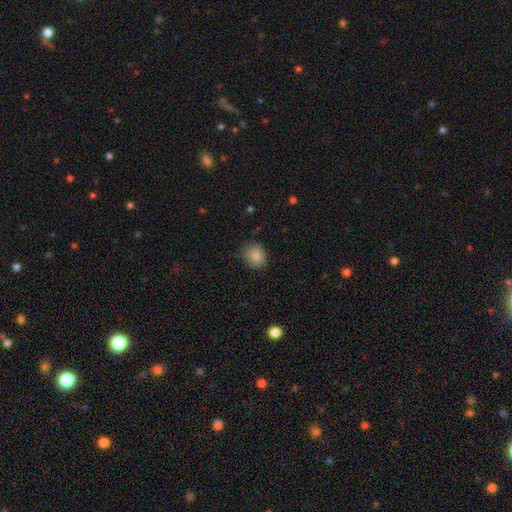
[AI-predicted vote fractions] Smooth or featured: smooth — 87% (star or artifact — 9%)
How rounded: round — 62% (in between — 37%)
Merging: none — 77% (minor disturbance — 18%)